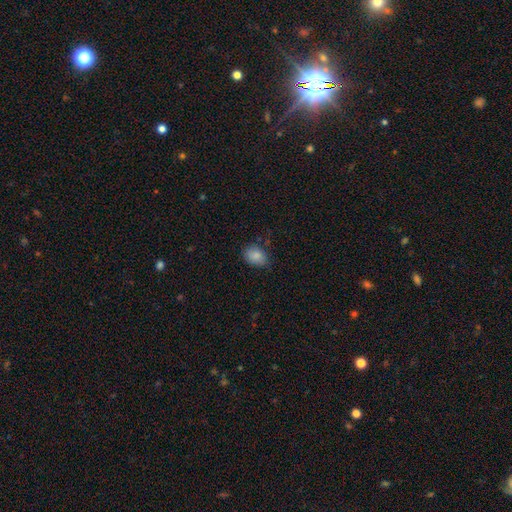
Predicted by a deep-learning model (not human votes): Smooth or featured: smooth — 86% (star or artifact — 8%)
How rounded: in between — 74% (round — 25%)
Merging: none — 72% (minor disturbance — 22%)